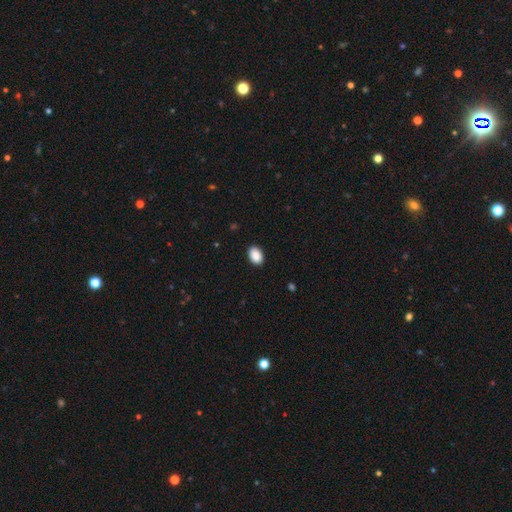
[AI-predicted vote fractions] A smooth galaxy with no disk features (89%) that is in between round and cigar-shaped (86%).

Vote fractions:
- Smooth or featured? smooth: 89% / star or artifact: 7% / featured or disk: 3%
- How rounded? in between: 86% / round: 13% / cigar-shaped: 1%
- Merging? none: 90% / minor disturbance: 8% / major disturbance: 2% / merger: 1%